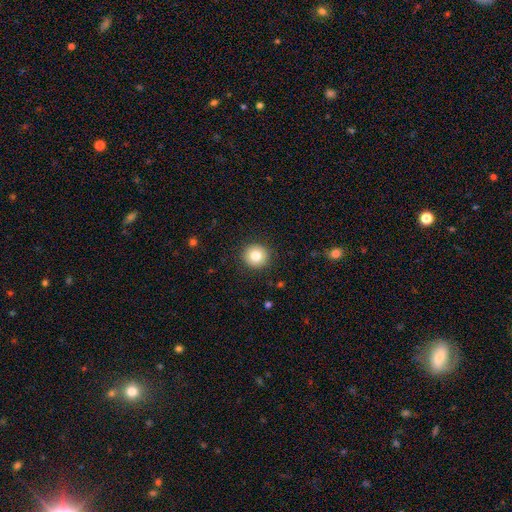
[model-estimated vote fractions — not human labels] smooth-or-featured: smooth: 82% | star or artifact: 10% | featured or disk: 8%
  how-rounded: round: 94% | in between: 5% | cigar-shaped: 1%
  merging: none: 92% | minor disturbance: 5% | major disturbance: 2% | merger: 1%